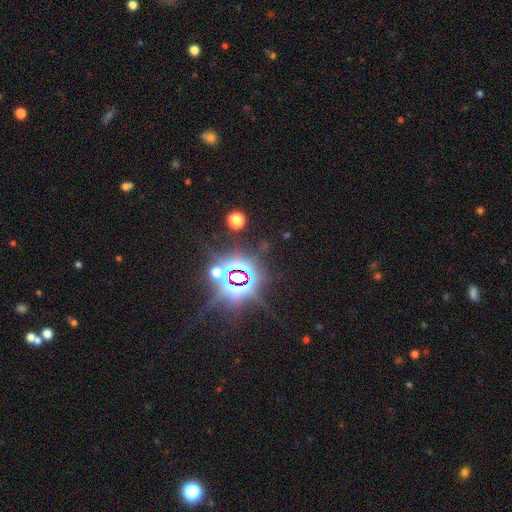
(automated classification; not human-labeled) The model was most divided on "smooth or featured": star or artifact: 85%, smooth: 8%, featured or disk: 7%.